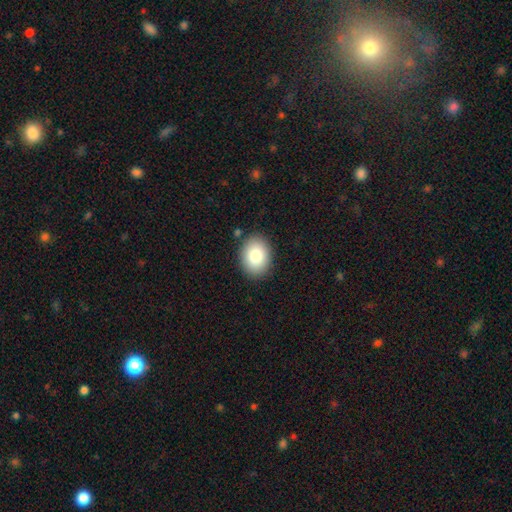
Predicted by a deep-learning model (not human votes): Smooth or featured? Predicted: smooth (p=0.83). How rounded? Predicted: in between (p=0.61). Merging? Predicted: none (p=0.88).